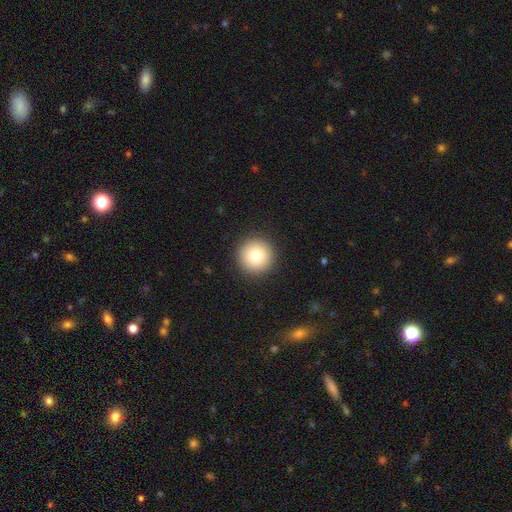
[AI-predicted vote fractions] Q: Smooth or featured?
A: smooth (80%); runner-up: star or artifact (10%)
Q: How rounded?
A: round (96%); runner-up: in between (3%)
Q: Merging?
A: none (92%); runner-up: minor disturbance (5%)